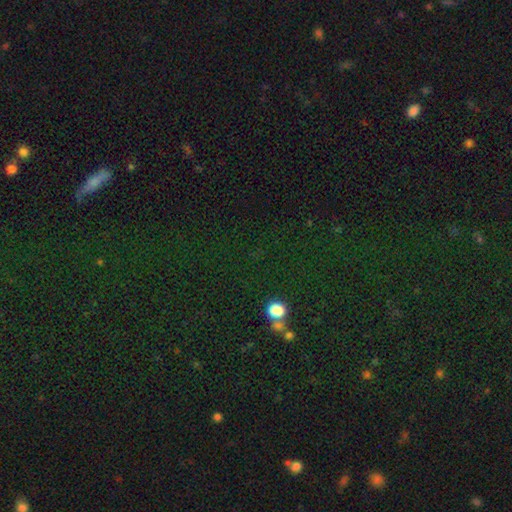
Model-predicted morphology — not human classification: Smooth or featured? Predicted: star or artifact (p=0.72).